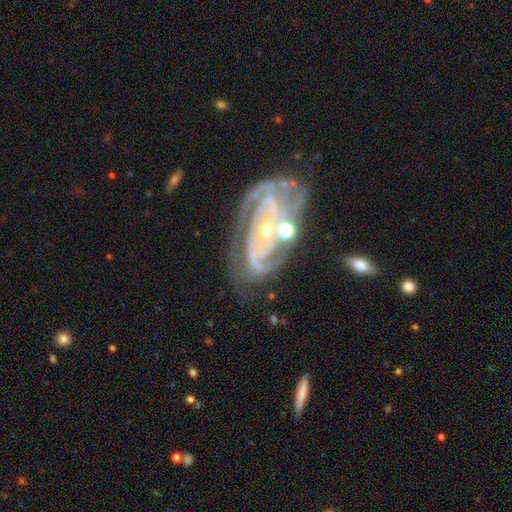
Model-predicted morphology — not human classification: Smooth or featured?
  - featured or disk: 87% *
  - star or artifact: 7%
  - smooth: 6%
Edge-on disk?
  - no: 96% *
  - yes: 4%
Bar?
  - no: 61% *
  - weak: 23%
  - strong: 16%
Spiral arms?
  - yes: 95% *
  - no: 5%
Spiral winding?
  - tight: 63% *
  - medium: 30%
  - loose: 7%
Spiral arm count?
  - 2: 47% *
  - 3: 19%
  - can't tell: 17%
  - 1: 6%
  - 4: 6%
  - more than 4: 5%
Bulge size?
  - moderate: 52% *
  - small: 42%
  - large: 3%
  - none: 2%
  - dominant: 1%
Merging?
  - none: 55% *
  - minor disturbance: 21%
  - major disturbance: 13%
  - merger: 11%